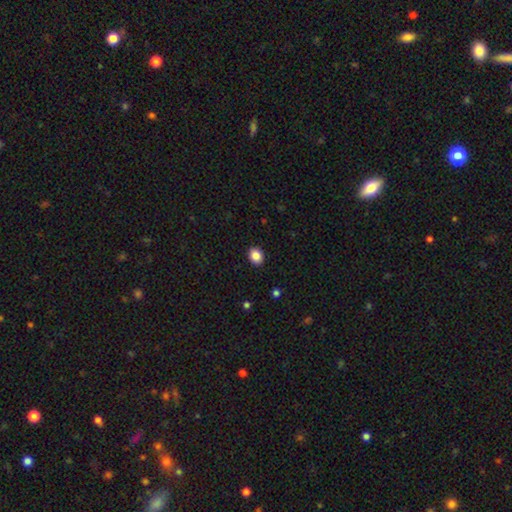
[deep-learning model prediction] This is clearly a smooth galaxy (88%). How rounded: possibly in between (51%). Merging: clearly none (91%).